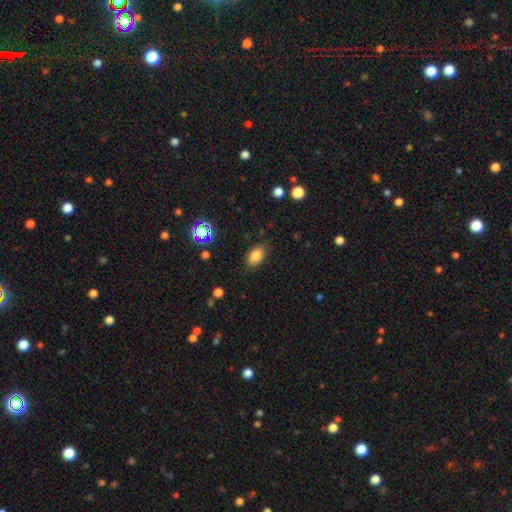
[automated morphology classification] smooth_or_featured: smooth (p=0.82) [alt: star or artifact p=0.12]
how_rounded: in between (p=0.86) [alt: round p=0.12]
merging: none (p=0.83) [alt: minor disturbance p=0.12]